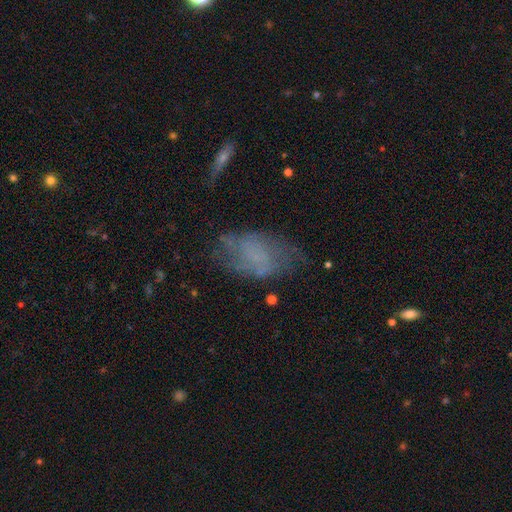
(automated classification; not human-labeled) Overall: featured or disk (47%; smooth 42%). Merging: none (54%; minor disturbance 26%).